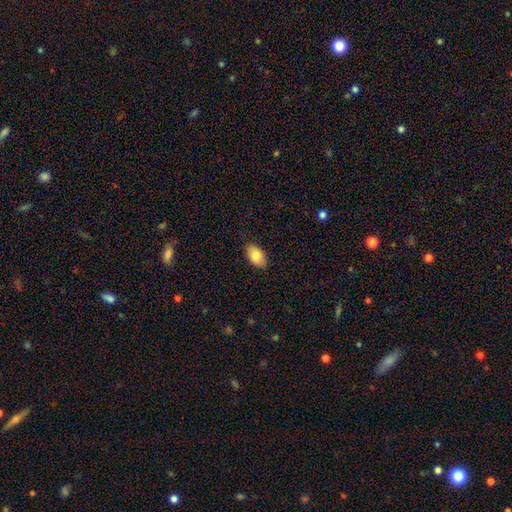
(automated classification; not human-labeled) Morphology: type=smooth (82%); roundness=in between (94%); merging=none (86%).